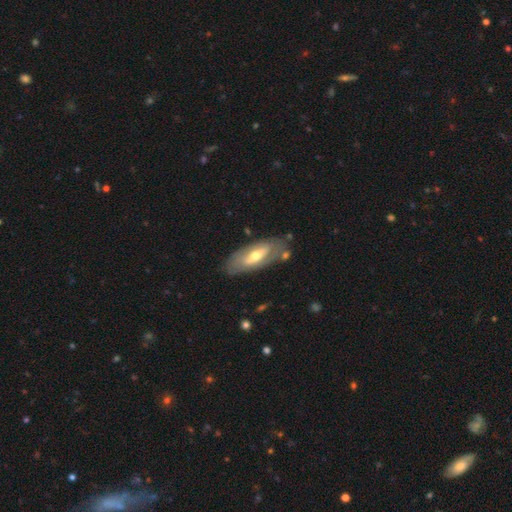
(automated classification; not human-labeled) smooth-or-featured: featured or disk: 61% | smooth: 34% | star or artifact: 6%
  disk-edge-on: no: 78% | yes: 22%
  merging: none: 74% | minor disturbance: 16% | major disturbance: 6% | merger: 4%